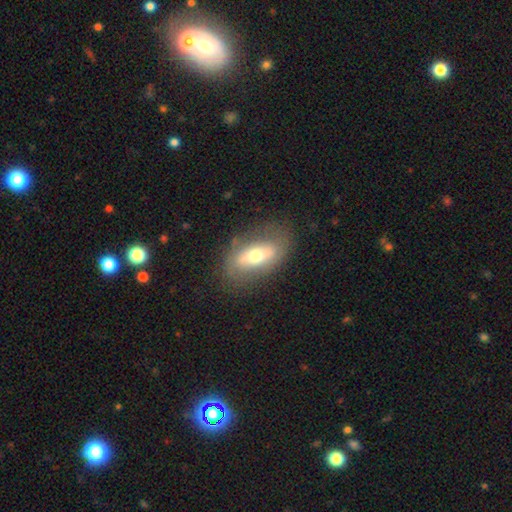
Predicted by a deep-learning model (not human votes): Q: Smooth or featured?
A: featured or disk (47%); runner-up: smooth (46%)
Q: Merging?
A: none (76%); runner-up: minor disturbance (16%)